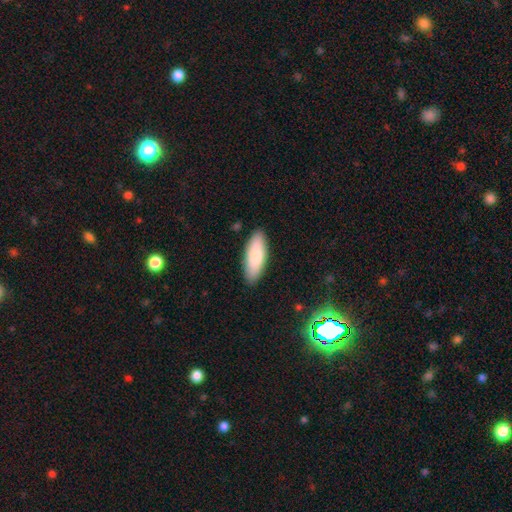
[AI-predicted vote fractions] The model was most divided on "how rounded": in between: 69%, cigar-shaped: 30%, round: 2%. More confident: merging — none (88%); smooth or featured — smooth (82%).